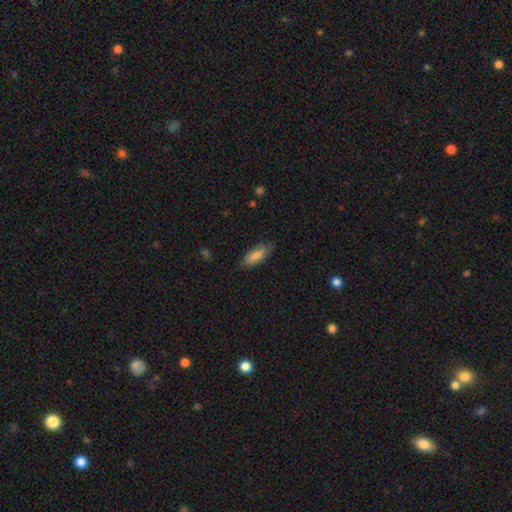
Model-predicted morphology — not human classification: type=smooth (82%); roundness=in between (77%); merging=none (81%).